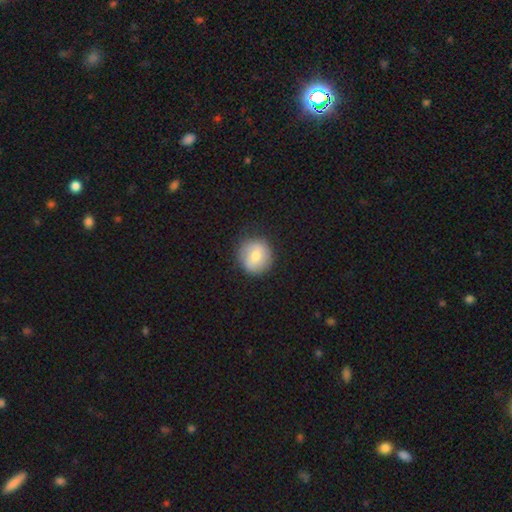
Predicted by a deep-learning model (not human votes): A smooth galaxy with no disk features (68%) that is round (91%).

Vote fractions:
- Smooth or featured? smooth: 68% / featured or disk: 24% / star or artifact: 7%
- How rounded? round: 91% / in between: 8% / cigar-shaped: 1%
- Merging? none: 83% / minor disturbance: 12% / major disturbance: 3% / merger: 1%